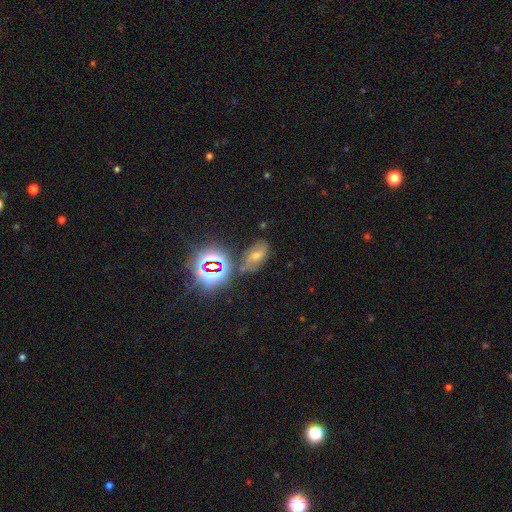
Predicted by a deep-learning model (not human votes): This appears to be a star or artifact, not a galaxy (48%).